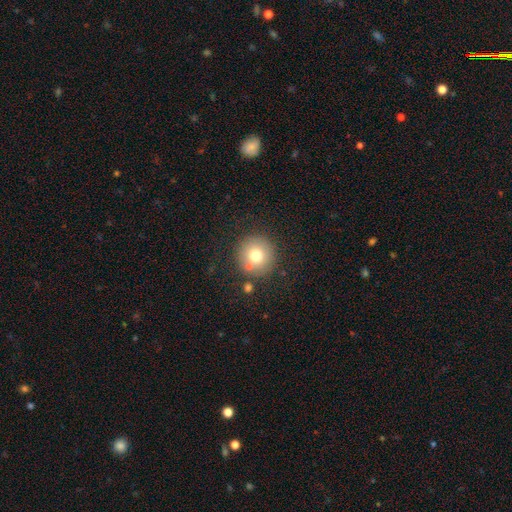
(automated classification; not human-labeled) Morphology: type=smooth (74%); roundness=round (94%); merging=none (80%).